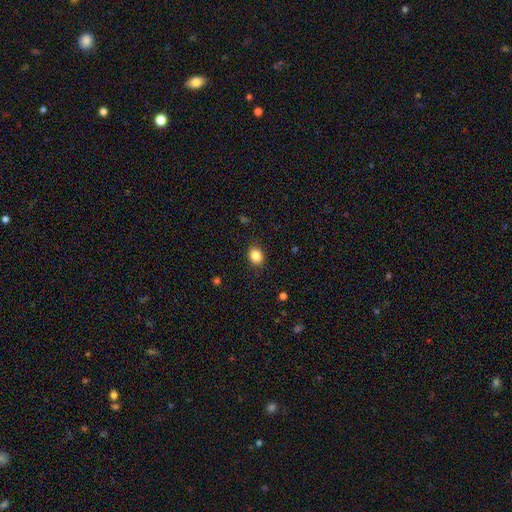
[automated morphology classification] type=smooth (85%); roundness=in between (50%); merging=none (88%).